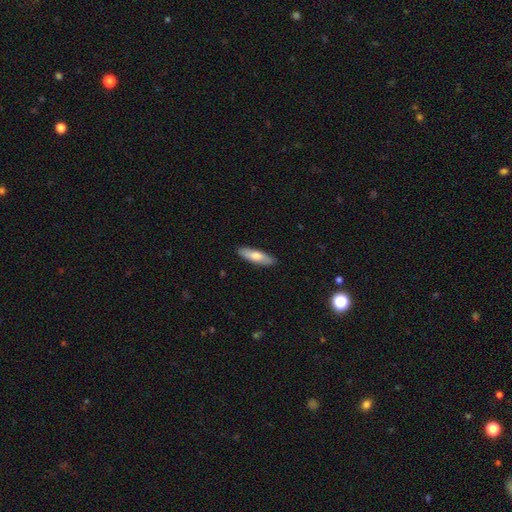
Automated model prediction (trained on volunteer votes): Smooth or featured? Predicted: smooth (p=0.73). How rounded? Predicted: cigar-shaped (p=0.60). Merging? Predicted: none (p=0.89).